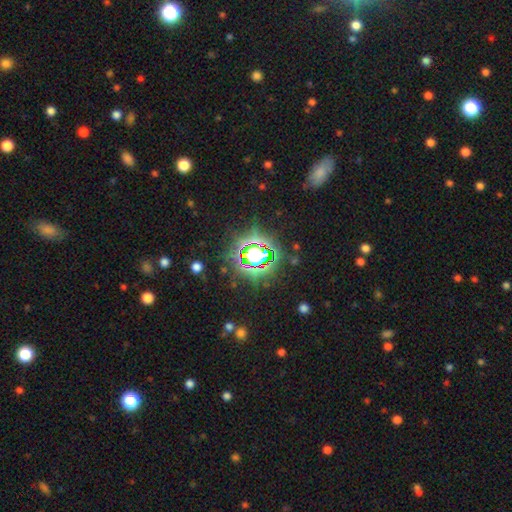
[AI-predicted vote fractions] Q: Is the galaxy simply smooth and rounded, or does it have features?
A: star or artifact — 73%.